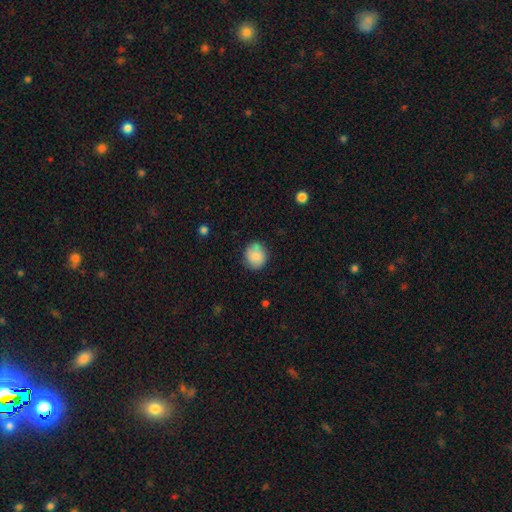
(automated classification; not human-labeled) A smooth galaxy with no disk features (84%) that is round (75%). Merging: none (84%).